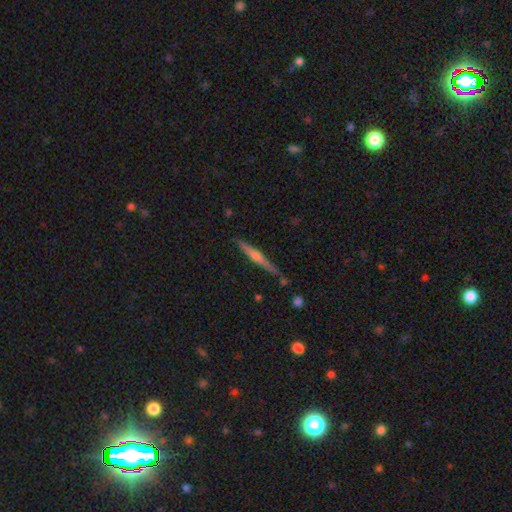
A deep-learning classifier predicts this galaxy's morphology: Q: Smooth or featured?
A: featured or disk (67%); runner-up: smooth (26%)
Q: Edge-on disk?
A: yes (98%); runner-up: no (2%)
Q: Edge-on bulge?
A: rounded (80%); runner-up: none (15%)
Q: Merging?
A: none (84%); runner-up: minor disturbance (11%)